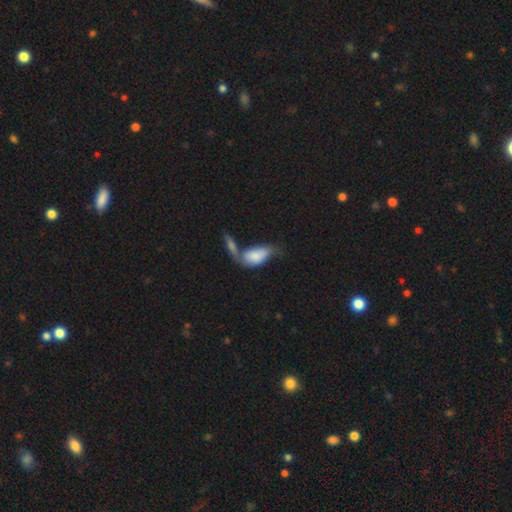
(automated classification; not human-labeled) This appears to be a smooth galaxy with no disk features (75%) that is in between round and cigar-shaped (90%). Merging: merger (55%).